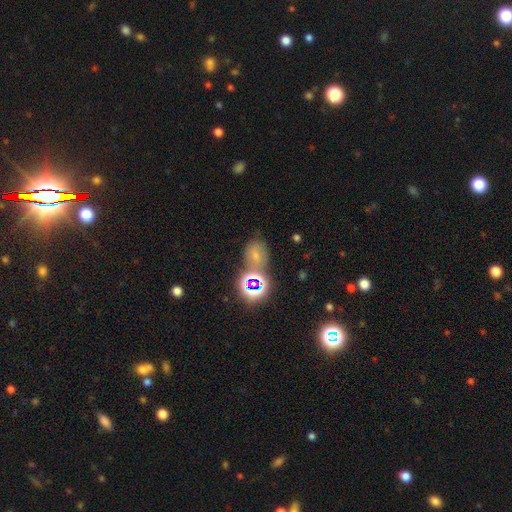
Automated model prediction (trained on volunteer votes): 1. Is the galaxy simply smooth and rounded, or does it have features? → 49% smooth, 35% star or artifact, 16% featured or disk.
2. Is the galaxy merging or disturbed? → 54% none, 21% merger, 17% minor disturbance, 8% major disturbance.